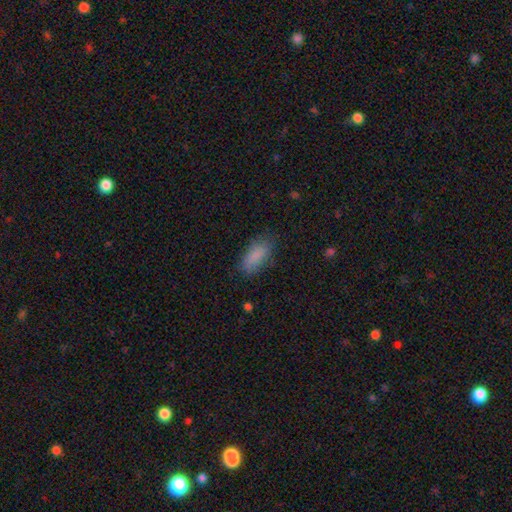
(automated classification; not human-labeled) This appears to be a smooth galaxy with no disk features (85%) that is in between round and cigar-shaped (81%). Merging: none (77%).